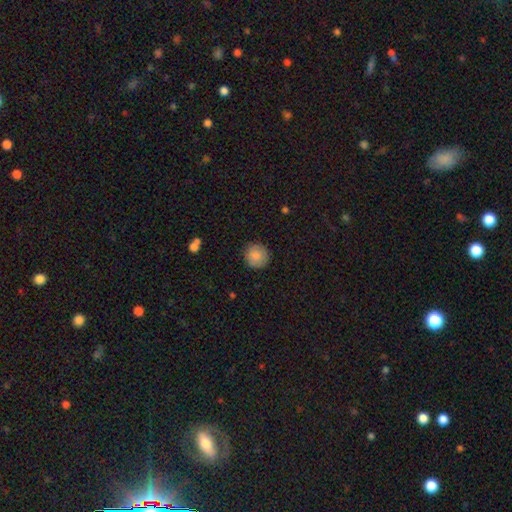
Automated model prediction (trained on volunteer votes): smooth_or_featured: smooth (p=0.86) [alt: star or artifact p=0.08]
how_rounded: round (p=0.93) [alt: in between p=0.06]
merging: none (p=0.90) [alt: minor disturbance p=0.07]